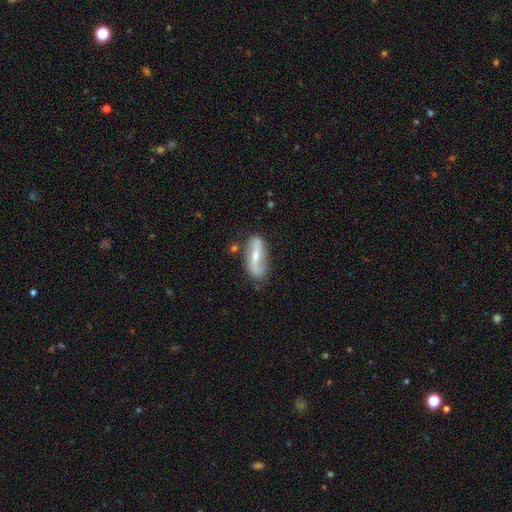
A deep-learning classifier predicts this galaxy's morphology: smooth-or-featured: featured or disk: 71% | smooth: 23% | star or artifact: 6%
  disk-edge-on: no: 85% | yes: 15%
    bar: strong: 53% | weak: 29% | no: 19%
    has-spiral-arms: yes: 82% | no: 18%
    bulge-size: moderate: 50% | small: 44% | large: 3% | none: 3% | dominant: 1%
  merging: none: 75% | minor disturbance: 17% | major disturbance: 5% | merger: 3%